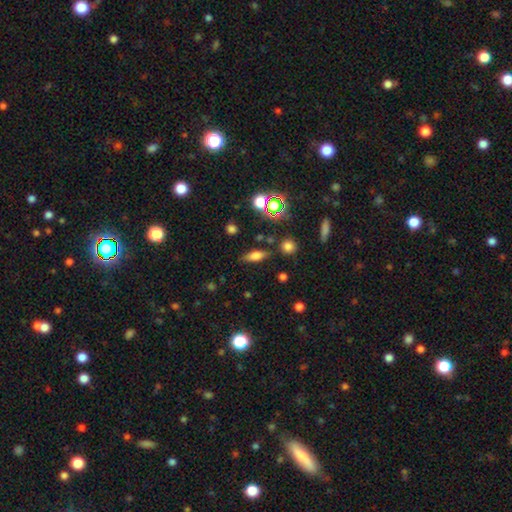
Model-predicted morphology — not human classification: A smooth galaxy with no disk features (68%) that is in between round and cigar-shaped (60%). Merging: none (80%).